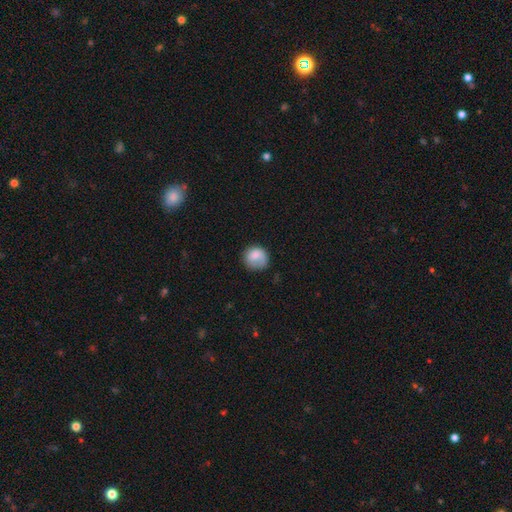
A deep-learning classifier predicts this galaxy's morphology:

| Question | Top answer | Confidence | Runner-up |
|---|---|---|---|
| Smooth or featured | smooth | 79% | featured or disk (14%) |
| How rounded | round | 82% | in between (17%) |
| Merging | none | 62% | minor disturbance (24%) |